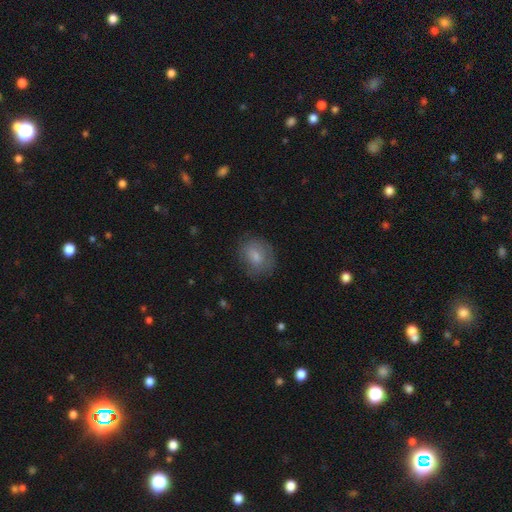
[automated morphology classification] This appears to be a smooth galaxy with no disk features (74%) that is round (58%). Merging: none (71%).